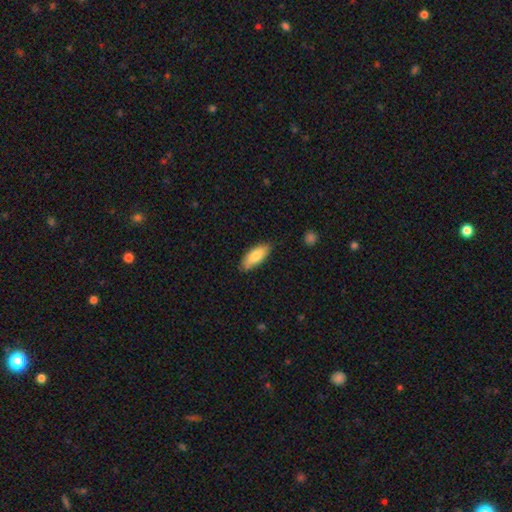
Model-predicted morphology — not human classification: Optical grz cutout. It shows a smooth galaxy with no disk features (79%) that is in between round and cigar-shaped (80%). Merging: none (81%).